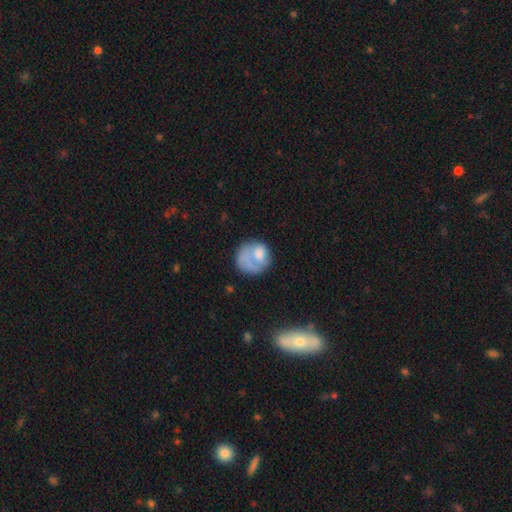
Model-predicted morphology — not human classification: smooth_or_featured: smooth (p=0.59) [alt: featured or disk p=0.33]
how_rounded: round (p=0.77) [alt: in between p=0.22]
merging: none (p=0.47) [alt: major disturbance p=0.25]